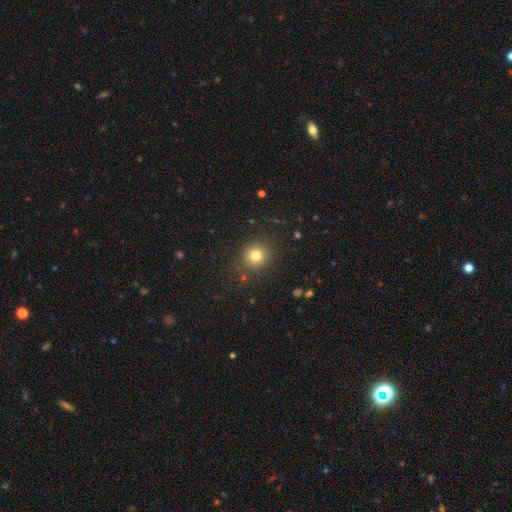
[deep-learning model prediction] The model was most divided on "smooth or featured": smooth: 78%, star or artifact: 14%, featured or disk: 8%. More confident: how rounded — round (89%); merging — none (88%).